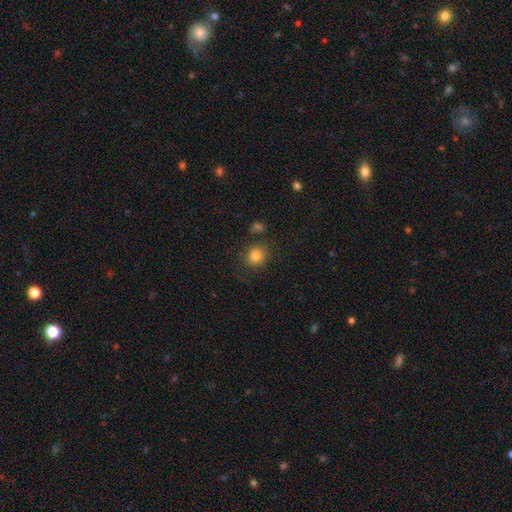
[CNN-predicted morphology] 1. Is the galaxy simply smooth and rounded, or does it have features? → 84% smooth, 11% star or artifact, 6% featured or disk.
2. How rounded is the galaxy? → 81% round, 18% in between, 1% cigar-shaped.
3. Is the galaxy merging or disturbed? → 80% none, 11% minor disturbance, 5% merger, 4% major disturbance.